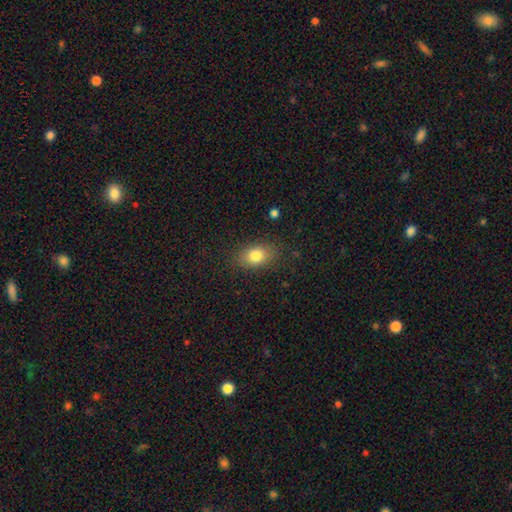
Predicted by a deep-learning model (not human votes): Morphology: type=smooth (80%); roundness=in between (78%); merging=none (83%).